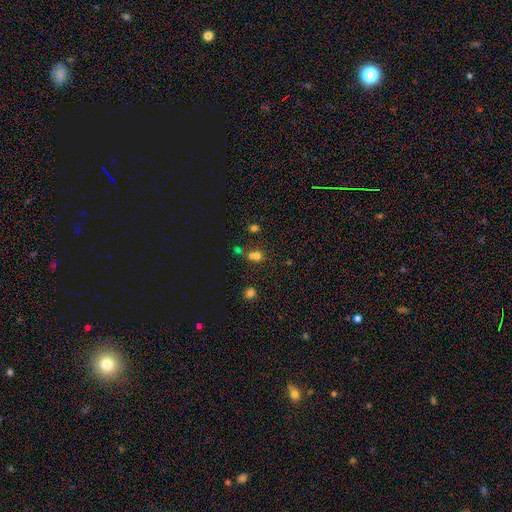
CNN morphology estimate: Smooth or featured?
  - smooth: 67% *
  - star or artifact: 22%
  - featured or disk: 11%
How rounded?
  - round: 68% *
  - in between: 31%
  - cigar-shaped: 2%
Merging?
  - merger: 44% *
  - none: 41%
  - minor disturbance: 9%
  - major disturbance: 5%